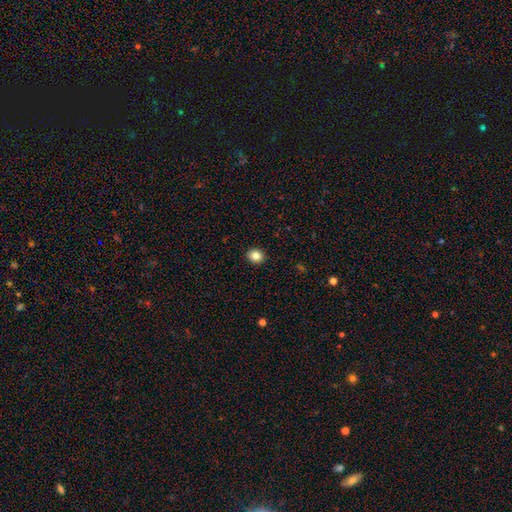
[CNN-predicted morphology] This is clearly a smooth galaxy (84%). How rounded: likely round (75%). Merging: clearly none (92%).